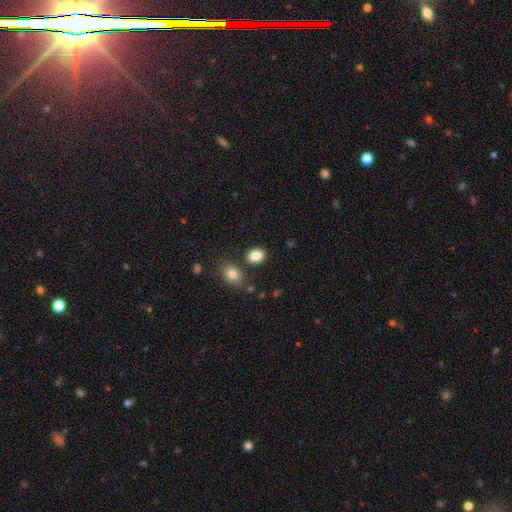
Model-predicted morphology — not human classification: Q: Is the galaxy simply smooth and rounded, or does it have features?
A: smooth — 85%.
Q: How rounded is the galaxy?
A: in between — 59%.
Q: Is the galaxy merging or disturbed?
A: none — 80%.